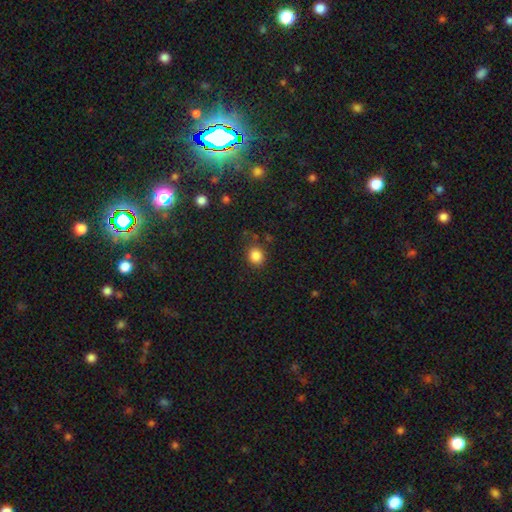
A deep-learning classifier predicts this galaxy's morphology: smooth_or_featured: smooth (p=0.85) [alt: star or artifact p=0.11]
how_rounded: round (p=0.76) [alt: in between p=0.23]
merging: none (p=0.82) [alt: minor disturbance p=0.12]